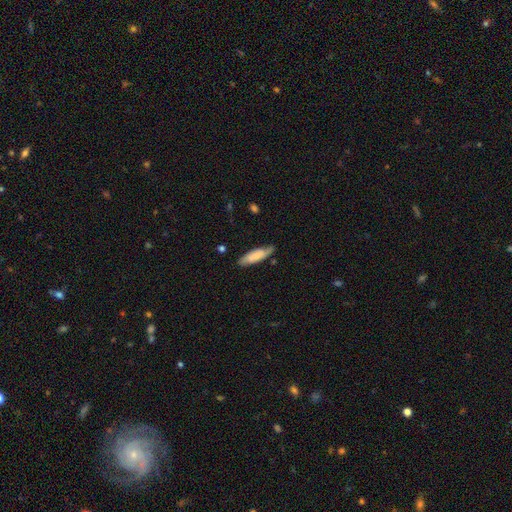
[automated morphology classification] smooth 71%, featured or disk 23%, star or artifact 6%. Down the decision tree: how rounded — cigar-shaped (54%); merging — none (72%).